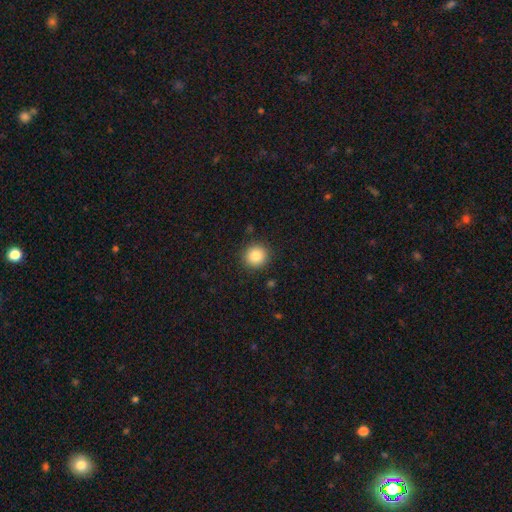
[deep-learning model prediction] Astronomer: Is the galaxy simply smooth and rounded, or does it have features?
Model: smooth — 84%.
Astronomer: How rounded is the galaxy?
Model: round — 94%.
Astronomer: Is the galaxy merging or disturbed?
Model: none — 91%.